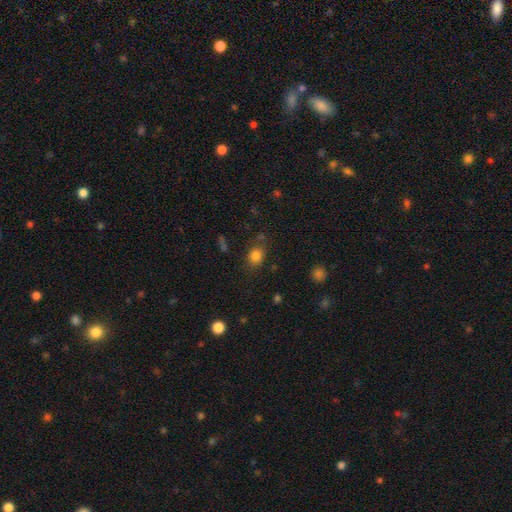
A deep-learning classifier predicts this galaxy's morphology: This appears to be a smooth galaxy with no disk features (82%) that is round (55%). Merging: none (76%).